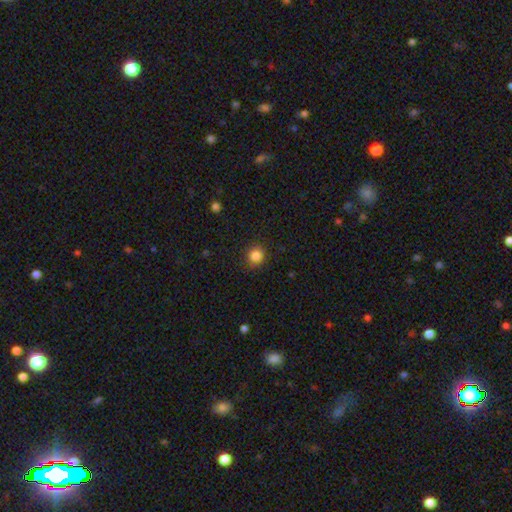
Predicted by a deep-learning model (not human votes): Smooth or featured? smooth (85%)
How rounded? round (87%)
Merging? none (89%)